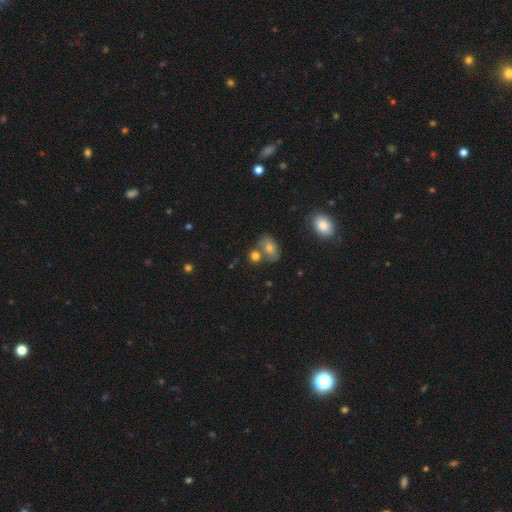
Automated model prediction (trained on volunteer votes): This appears to be a smooth galaxy with no disk features (68%) that is round (61%). Merging: none (51%).